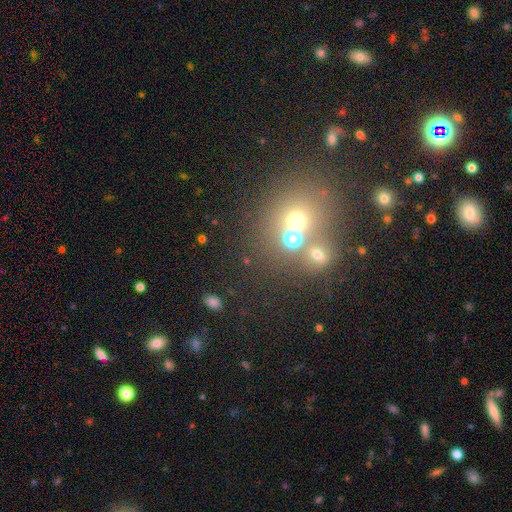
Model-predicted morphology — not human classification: The model was most divided on "smooth or featured": smooth: 47%, star or artifact: 36%, featured or disk: 17%. Remaining: merging — none (50%).